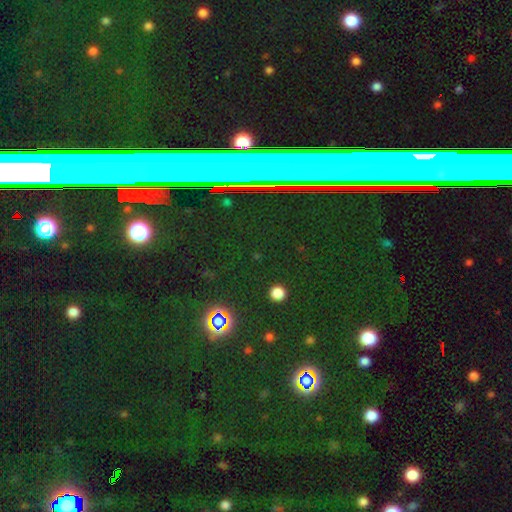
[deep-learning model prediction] This is likely a star or artifact rather than a galaxy (71%).